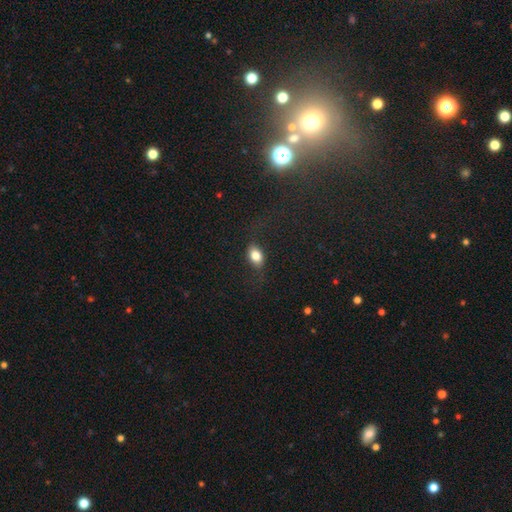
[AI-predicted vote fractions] This is likely a smooth galaxy (77%). How rounded: clearly in between (81%). Merging: likely none (75%).